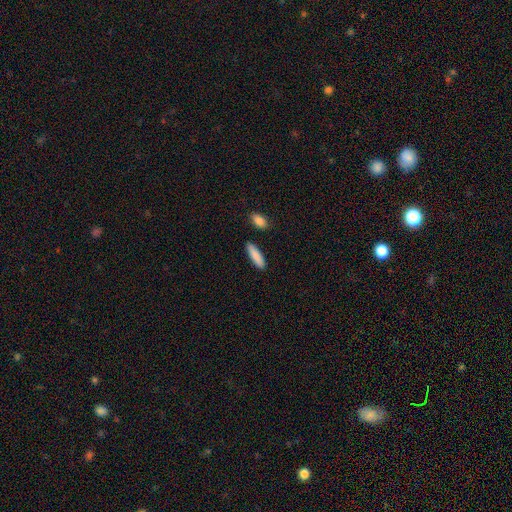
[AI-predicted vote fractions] smooth-or-featured: smooth: 88% | featured or disk: 6% | star or artifact: 6%
  how-rounded: cigar-shaped: 65% | in between: 33% | round: 2%
  merging: none: 88% | minor disturbance: 8% | merger: 3% | major disturbance: 2%